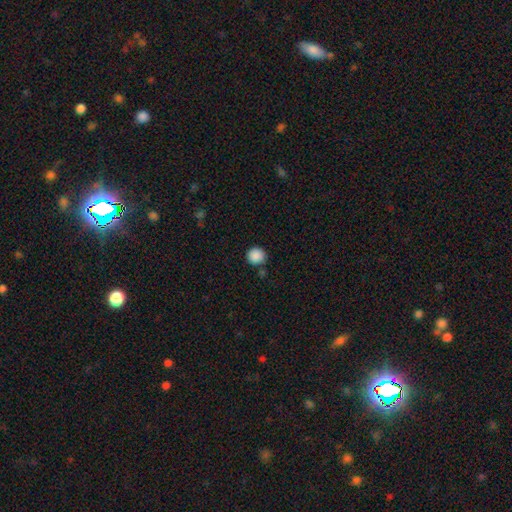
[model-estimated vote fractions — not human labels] Smooth or featured? Predicted: smooth (p=0.89). How rounded? Predicted: round (p=0.93). Merging? Predicted: none (p=0.84).